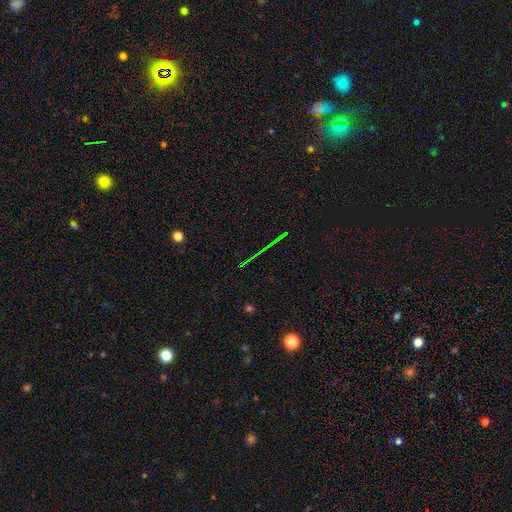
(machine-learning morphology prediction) smooth_or_featured: star or artifact (p=0.73) [alt: featured or disk p=0.14]